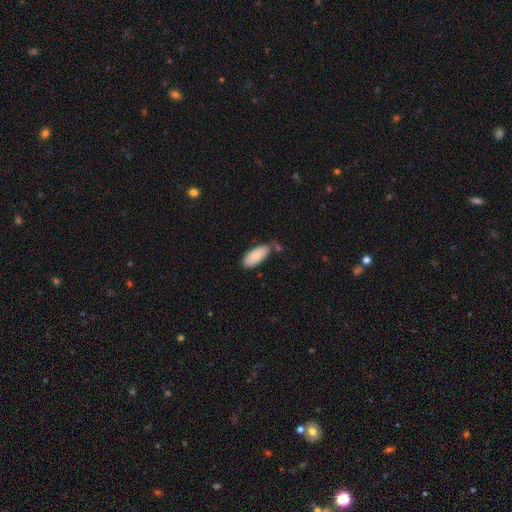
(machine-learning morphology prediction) Smooth or featured: smooth — 88% (featured or disk — 6%)
How rounded: in between — 88% (cigar-shaped — 10%)
Merging: none — 66% (minor disturbance — 21%)